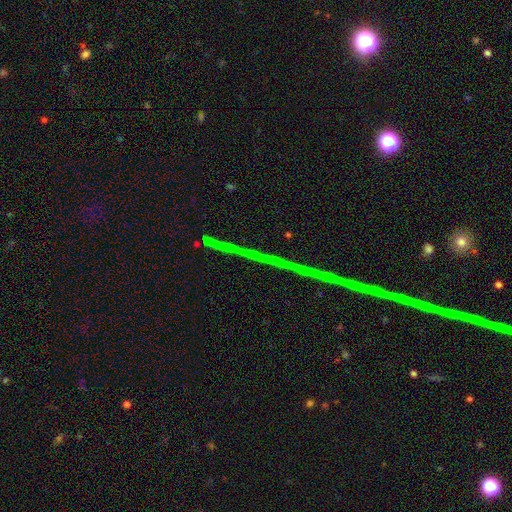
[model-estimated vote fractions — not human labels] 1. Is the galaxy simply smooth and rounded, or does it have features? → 78% star or artifact, 15% featured or disk, 7% smooth.